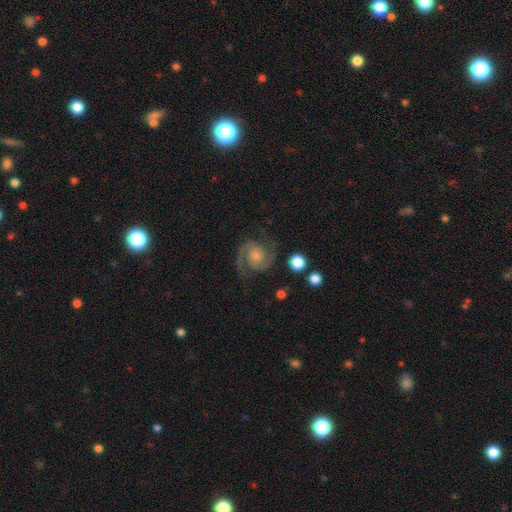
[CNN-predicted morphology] Q: Smooth or featured?
A: featured or disk (90%); runner-up: smooth (5%)
Q: Edge-on disk?
A: no (98%); runner-up: yes (2%)
Q: Bar?
A: no (68%); runner-up: weak (26%)
Q: Spiral arms?
A: yes (98%); runner-up: no (2%)
Q: Spiral winding?
A: medium (55%); runner-up: tight (33%)
Q: Spiral arm count?
A: 2 (94%); runner-up: can't tell (2%)
Q: Bulge size?
A: small (38%); runner-up: moderate (35%)
Q: Merging?
A: none (79%); runner-up: minor disturbance (13%)